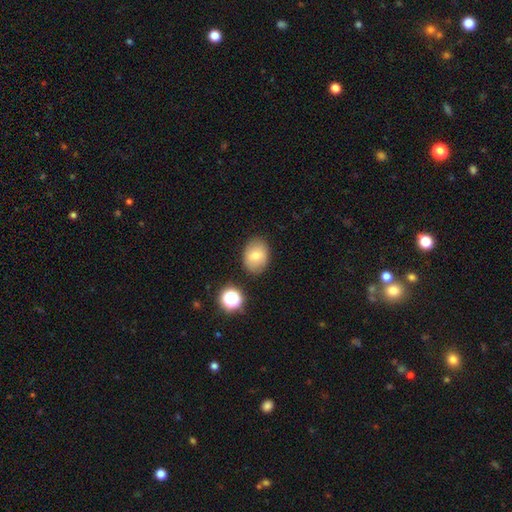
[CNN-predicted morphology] Overall: smooth (74%). How rounded: in between (58%; round 41%). Merging: none (83%).